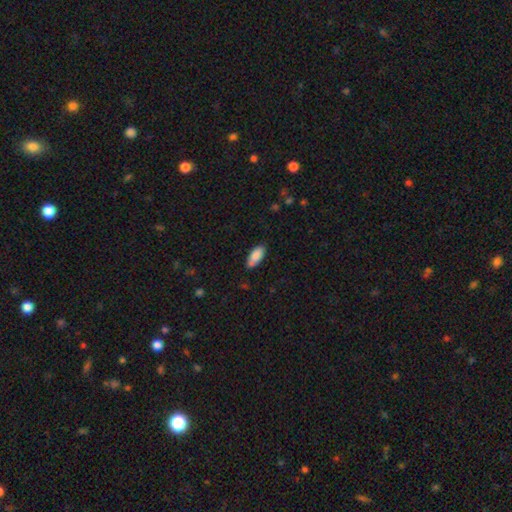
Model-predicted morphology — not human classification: Smooth or featured? Predicted: smooth (p=0.85). How rounded? Predicted: in between (p=0.88). Merging? Predicted: none (p=0.73).